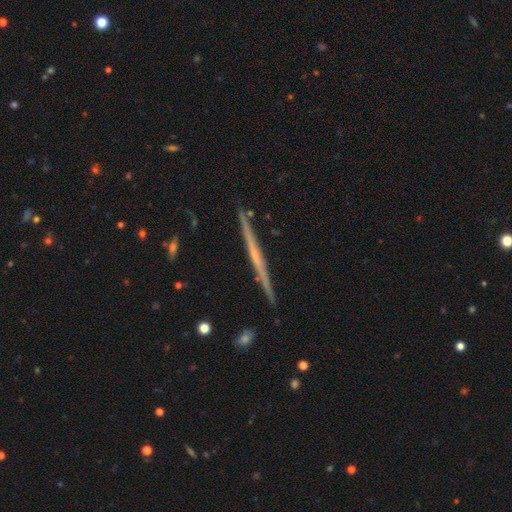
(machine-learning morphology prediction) A featured or disk galaxy (72%) viewed edge-on (98%) with no central bulge (68%).

Vote fractions:
- Smooth or featured? featured or disk: 72% / smooth: 22% / star or artifact: 6%
- Edge-on disk? yes: 98% / no: 2%
- Edge-on bulge? none: 68% / rounded: 26% / boxy: 5%
- Merging? none: 91% / minor disturbance: 6% / merger: 1% / major disturbance: 1%